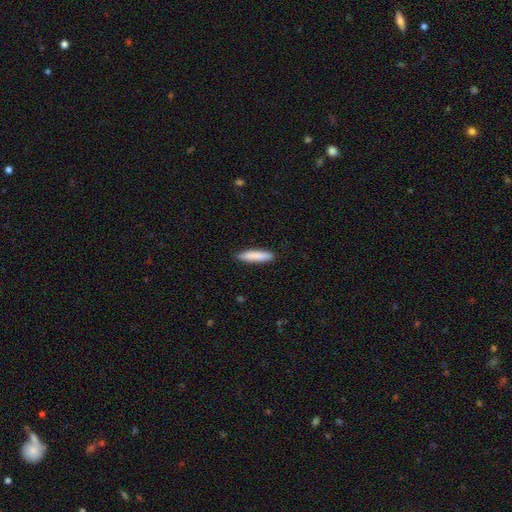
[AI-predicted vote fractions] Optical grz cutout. It shows a smooth galaxy with no disk features (86%) that is cigar-shaped (83%). Merging: none (88%).